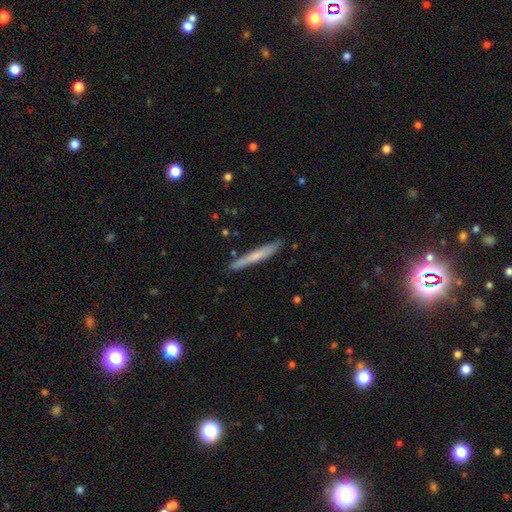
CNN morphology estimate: Smooth or featured? Predicted: smooth (p=0.56). How rounded? Predicted: cigar-shaped (p=0.96). Merging? Predicted: none (p=0.87).